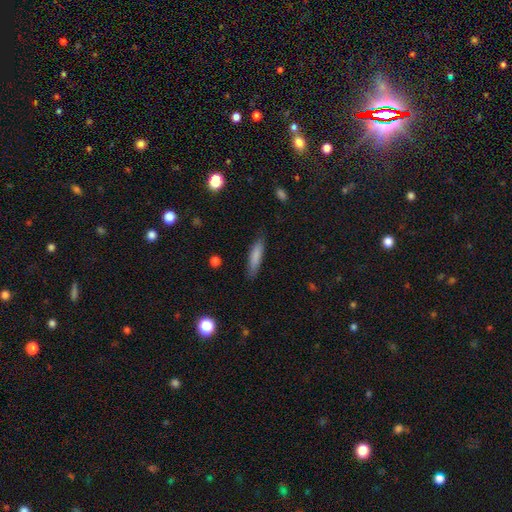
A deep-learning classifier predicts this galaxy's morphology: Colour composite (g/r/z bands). It shows a smooth galaxy with no disk features (82%) that is cigar-shaped (75%). Merging: none (82%).